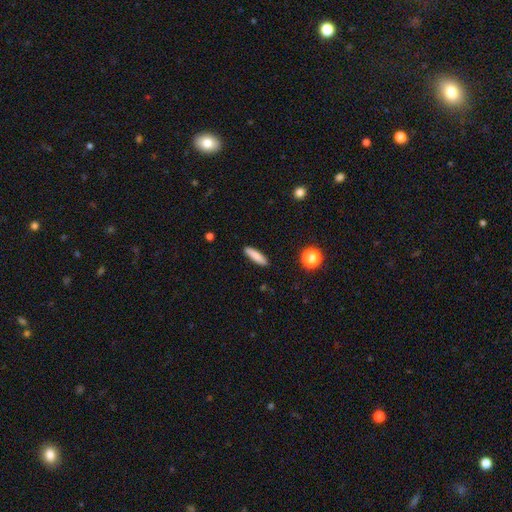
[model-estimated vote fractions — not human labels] Smooth or featured? smooth (83%)
How rounded? cigar-shaped (75%)
Merging? none (89%)